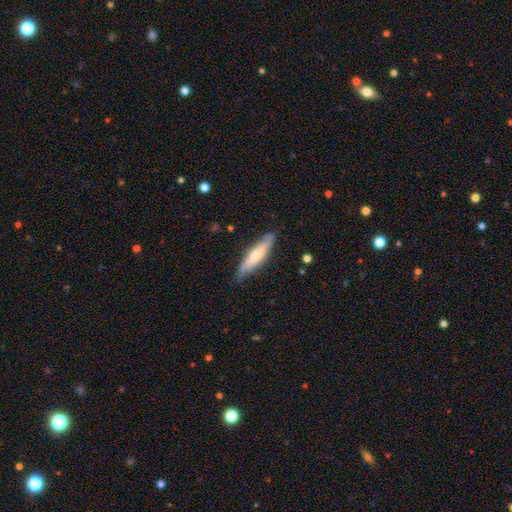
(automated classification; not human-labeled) Smooth or featured? Predicted: smooth (p=0.60). How rounded? Predicted: cigar-shaped (p=0.76). Merging? Predicted: none (p=0.79).